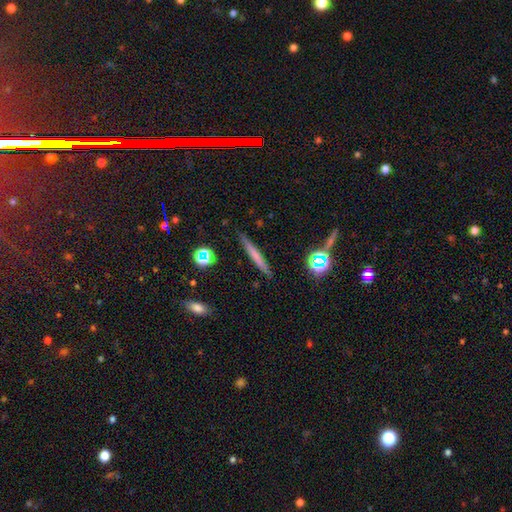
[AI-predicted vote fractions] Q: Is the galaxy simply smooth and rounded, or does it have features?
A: smooth — 60%.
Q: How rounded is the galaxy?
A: cigar-shaped — 94%.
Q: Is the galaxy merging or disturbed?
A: none — 89%.